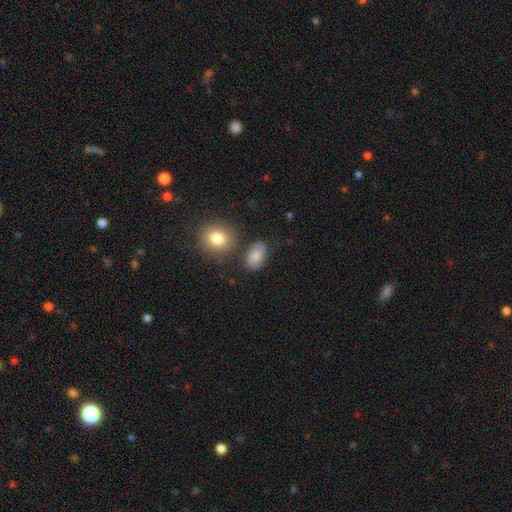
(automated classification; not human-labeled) Morphology: type=smooth (76%); roundness=in between (85%); merging=none (74%).